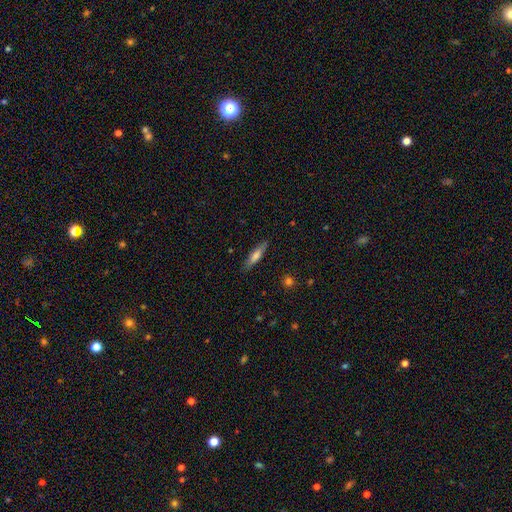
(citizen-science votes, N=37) Volunteers were most divided on "edge-on bulge": rounded: 60%, boxy: 20%, none: 20%. More confident: edge-on disk — yes (100%); merging — none (83%); smooth or featured — featured or disk (68%).